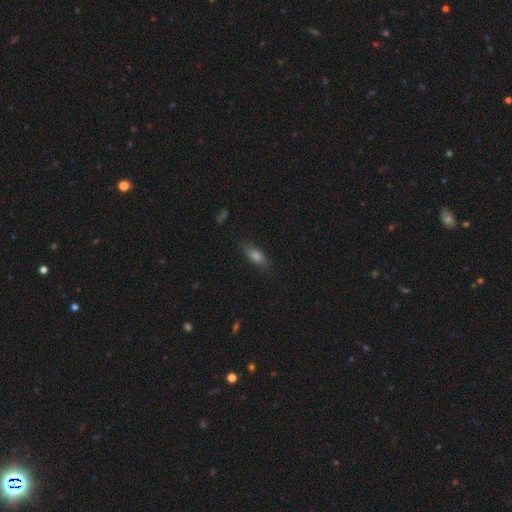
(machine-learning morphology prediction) smooth_or_featured: smooth (p=0.70) [alt: featured or disk p=0.17]
how_rounded: in between (p=0.67) [alt: cigar-shaped p=0.28]
merging: none (p=0.82) [alt: minor disturbance p=0.14]